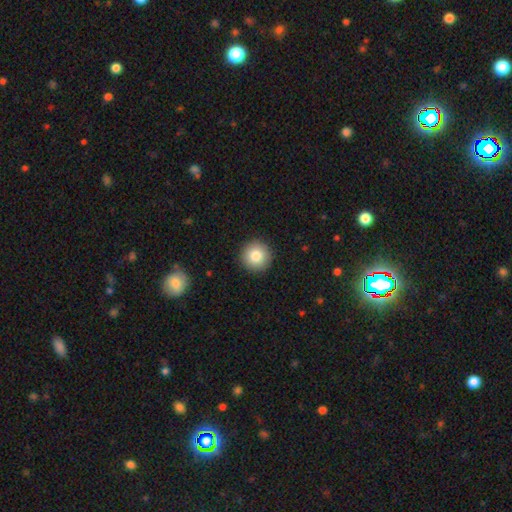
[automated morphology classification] Smooth or featured? Predicted: smooth (p=0.83). How rounded? Predicted: round (p=0.96). Merging? Predicted: none (p=0.93).